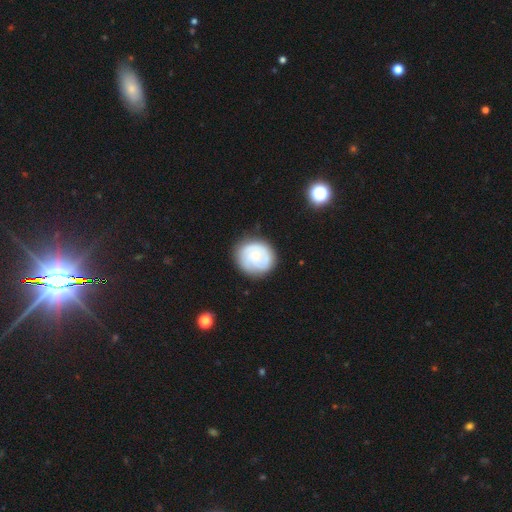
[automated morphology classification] Q: Smooth or featured?
A: featured or disk (56%); runner-up: smooth (38%)
Q: Edge-on disk?
A: no (98%); runner-up: yes (2%)
Q: Bar?
A: no (79%); runner-up: weak (18%)
Q: Spiral arms?
A: yes (85%); runner-up: no (15%)
Q: Bulge size?
A: small (68%); runner-up: moderate (19%)
Q: Merging?
A: none (79%); runner-up: minor disturbance (15%)